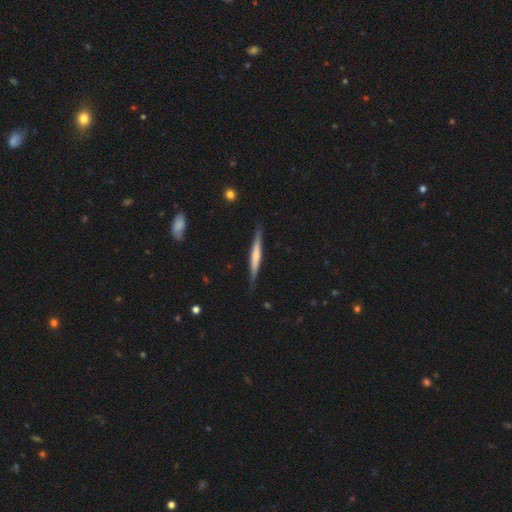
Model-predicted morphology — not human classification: Smooth or featured?
  - featured or disk: 51% *
  - smooth: 44%
  - star or artifact: 5%
Edge-on disk?
  - yes: 96% *
  - no: 4%
Merging?
  - none: 84% *
  - minor disturbance: 12%
  - major disturbance: 2%
  - merger: 1%